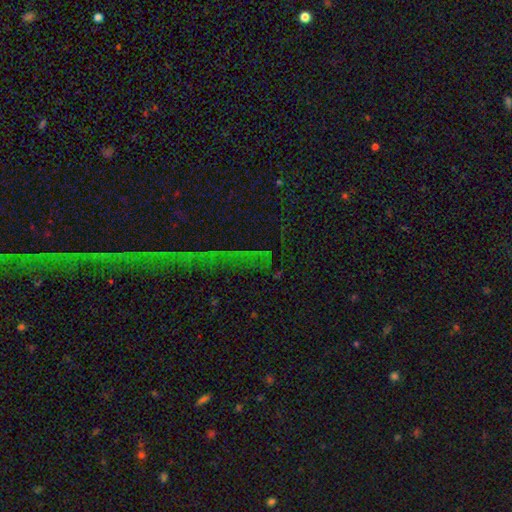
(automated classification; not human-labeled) A star or artifact, not a galaxy (79%).

Vote fractions:
- Smooth or featured? star or artifact: 79% / featured or disk: 10% / smooth: 10%